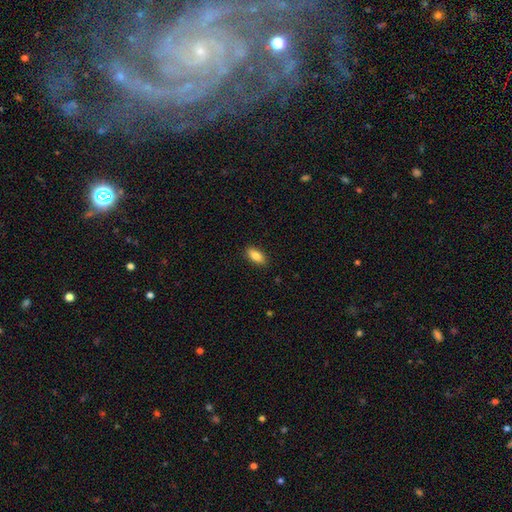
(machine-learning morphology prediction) Smooth or featured: smooth — 85% (featured or disk — 8%)
How rounded: in between — 89% (cigar-shaped — 8%)
Merging: none — 89% (minor disturbance — 8%)